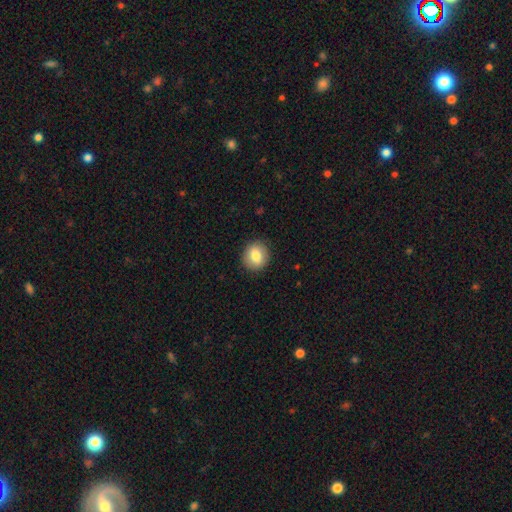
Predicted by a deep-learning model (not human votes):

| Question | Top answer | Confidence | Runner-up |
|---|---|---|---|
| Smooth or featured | smooth | 80% | featured or disk (12%) |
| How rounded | round | 81% | in between (18%) |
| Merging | none | 89% | minor disturbance (8%) |